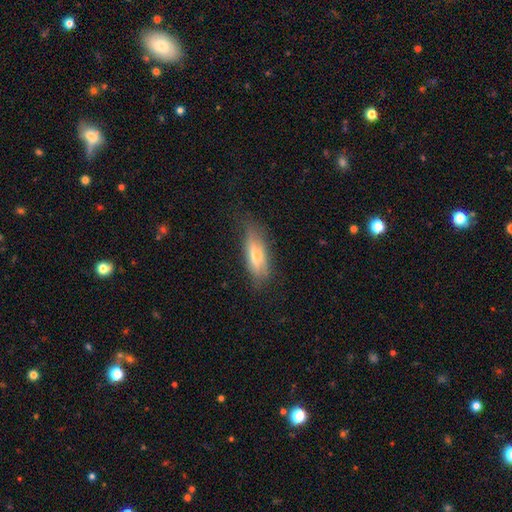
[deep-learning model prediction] The model was most divided on "smooth or featured": smooth: 49%, featured or disk: 43%, star or artifact: 8%. More confident: merging — none (72%).